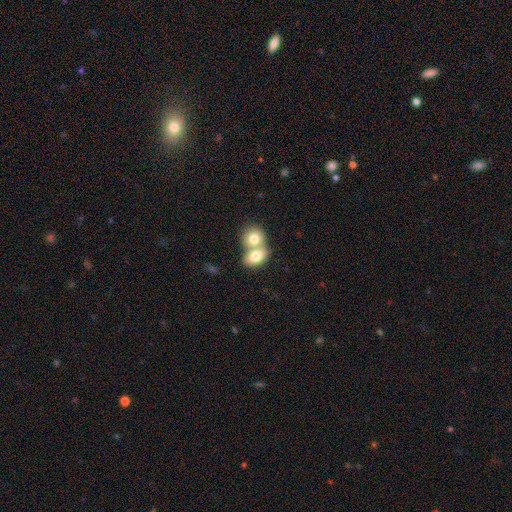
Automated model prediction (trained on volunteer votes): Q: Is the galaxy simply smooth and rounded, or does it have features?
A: smooth — 76%.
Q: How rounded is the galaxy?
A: in between — 66%.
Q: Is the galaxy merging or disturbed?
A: merger — 69%.